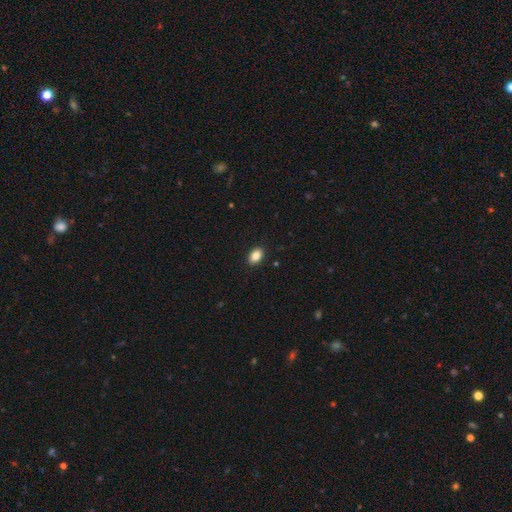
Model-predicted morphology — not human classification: This is clearly a smooth galaxy (87%). How rounded: clearly in between (88%). Merging: clearly none (90%).